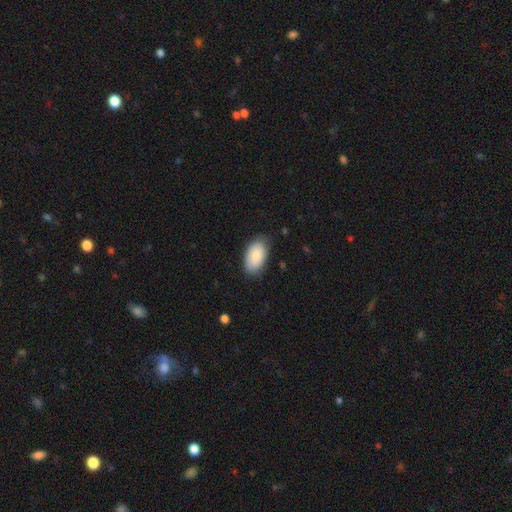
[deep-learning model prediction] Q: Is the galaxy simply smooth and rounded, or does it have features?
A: smooth — 86%.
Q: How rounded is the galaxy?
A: in between — 95%.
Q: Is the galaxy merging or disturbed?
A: none — 77%.